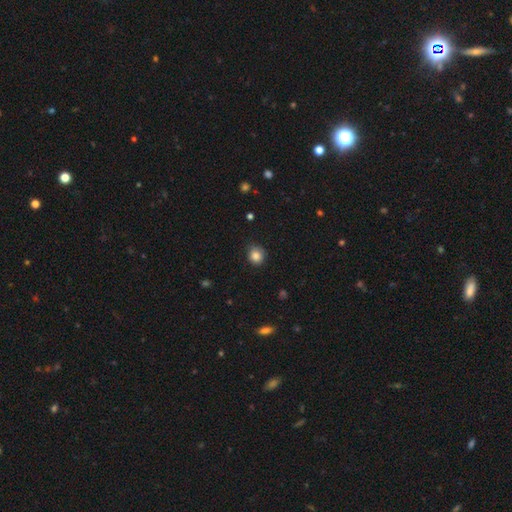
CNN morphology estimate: A smooth galaxy with no disk features (85%) that is round (83%).

Vote fractions:
- Smooth or featured? smooth: 85% / star or artifact: 10% / featured or disk: 5%
- How rounded? round: 83% / in between: 16% / cigar-shaped: 1%
- Merging? none: 80% / minor disturbance: 16% / major disturbance: 3% / merger: 1%